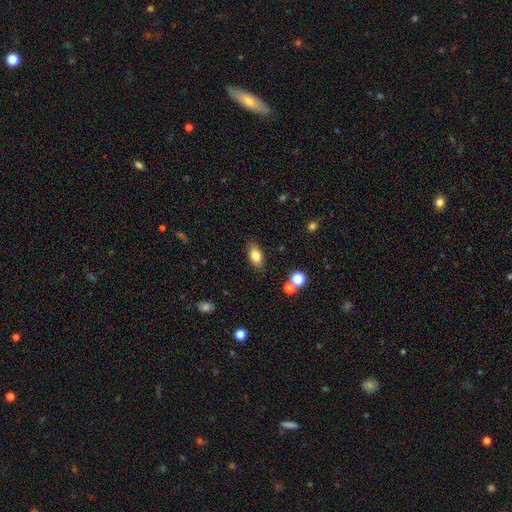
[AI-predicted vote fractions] Smooth or featured? Predicted: smooth (p=0.80). How rounded? Predicted: in between (p=0.88). Merging? Predicted: none (p=0.86).